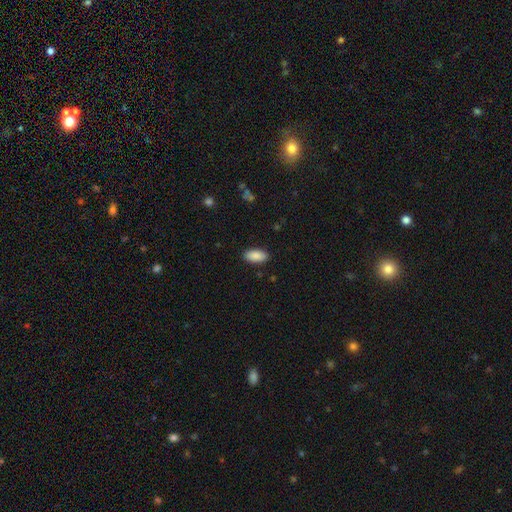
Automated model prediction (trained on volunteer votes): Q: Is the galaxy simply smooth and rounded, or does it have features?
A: smooth — 89%.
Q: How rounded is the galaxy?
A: in between — 93%.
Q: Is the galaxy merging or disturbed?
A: none — 89%.